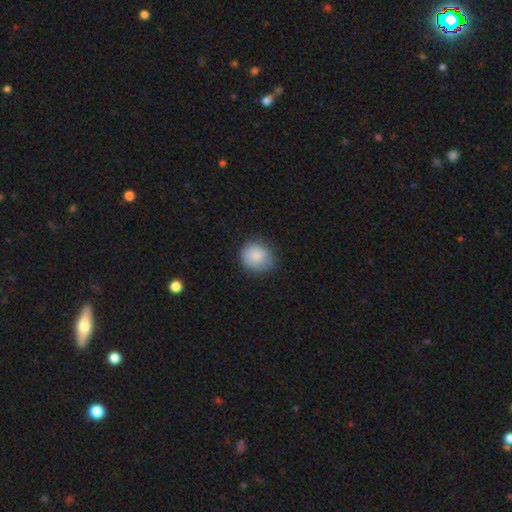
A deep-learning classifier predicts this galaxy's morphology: Smooth or featured? Predicted: smooth (p=0.86). How rounded? Predicted: round (p=0.76). Merging? Predicted: none (p=0.77).